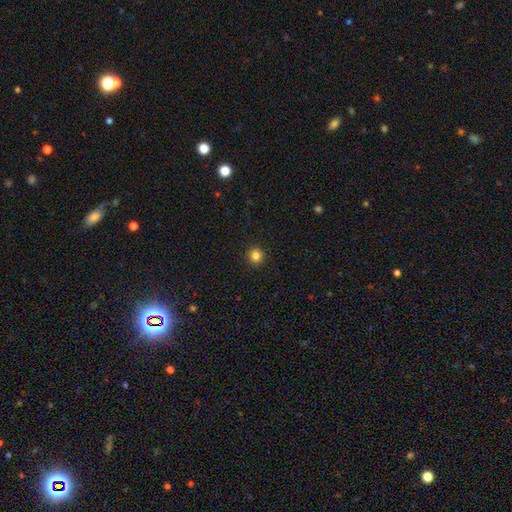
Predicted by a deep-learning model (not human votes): Morphology: type=smooth (83%); roundness=round (94%); merging=none (93%).